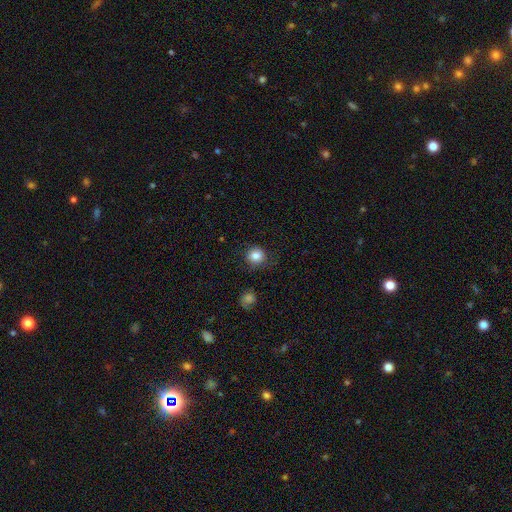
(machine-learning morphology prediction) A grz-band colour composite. It shows a smooth galaxy with no disk features (83%) that is round (88%). Merging: none (80%).